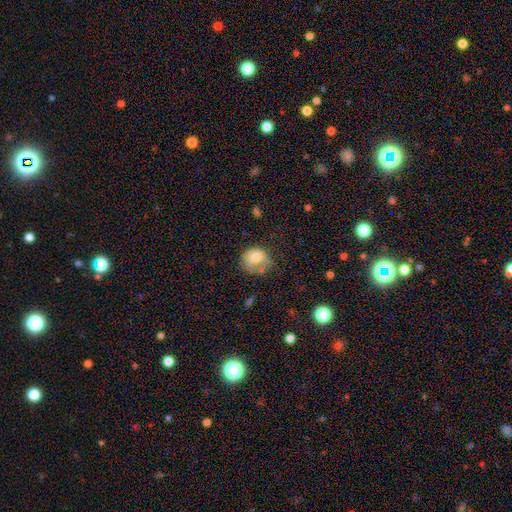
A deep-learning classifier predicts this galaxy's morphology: This is likely a smooth galaxy (72%). How rounded: likely round (64%). Merging: marginally none (40%).